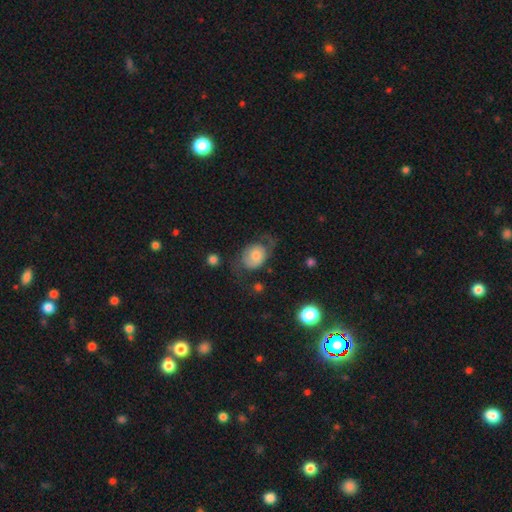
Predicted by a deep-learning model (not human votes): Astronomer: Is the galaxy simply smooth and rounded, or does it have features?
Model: smooth — 59%.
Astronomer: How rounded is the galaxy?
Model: in between — 52% (runner-up: round, 47%).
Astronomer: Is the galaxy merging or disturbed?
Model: none — 40% (runner-up: major disturbance, 32%).